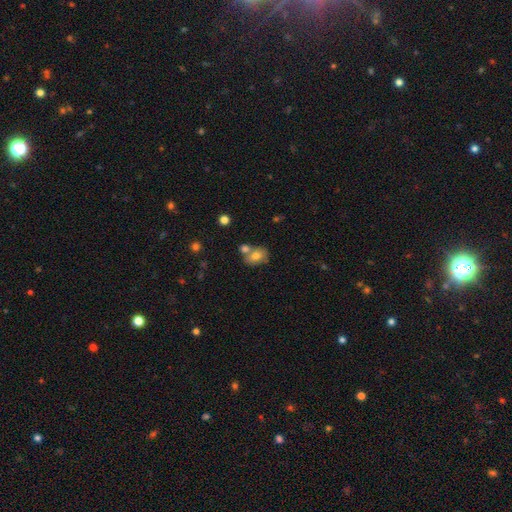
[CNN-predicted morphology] A smooth galaxy with no disk features (73%) that is in between round and cigar-shaped (66%). Merging: none (50%).